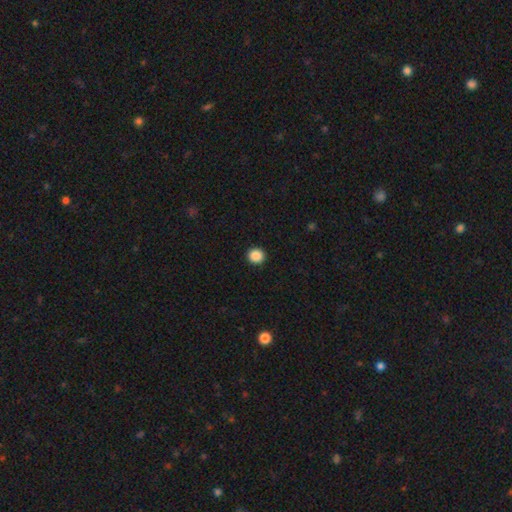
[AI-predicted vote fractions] Smooth or featured? Predicted: smooth (p=0.88). How rounded? Predicted: round (p=0.89). Merging? Predicted: none (p=0.93).